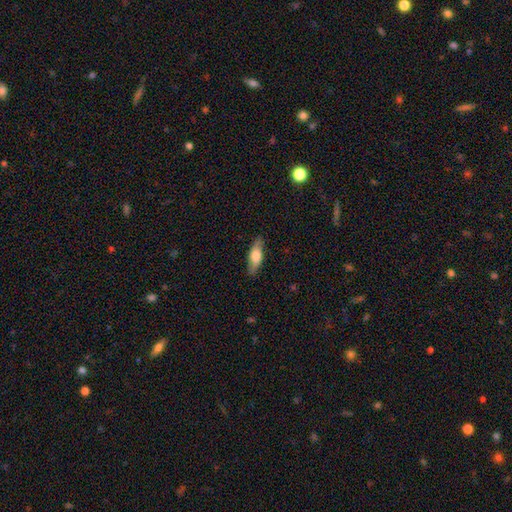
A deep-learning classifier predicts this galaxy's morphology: This appears to be a smooth galaxy with no disk features (59%) that is in between round and cigar-shaped (59%). Merging: none (84%).